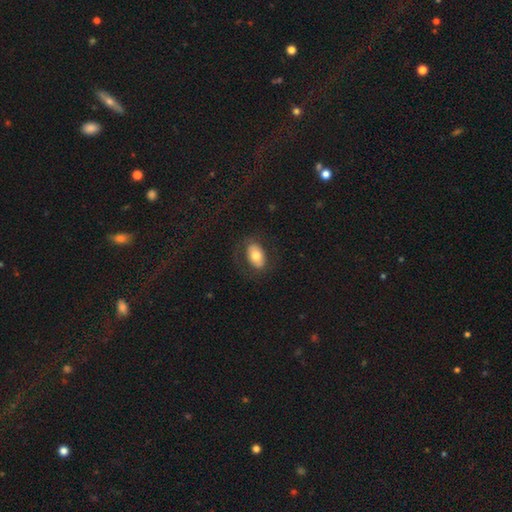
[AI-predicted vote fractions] Smooth or featured: smooth — 68% (featured or disk — 25%)
How rounded: in between — 90% (round — 8%)
Merging: none — 77% (minor disturbance — 13%)